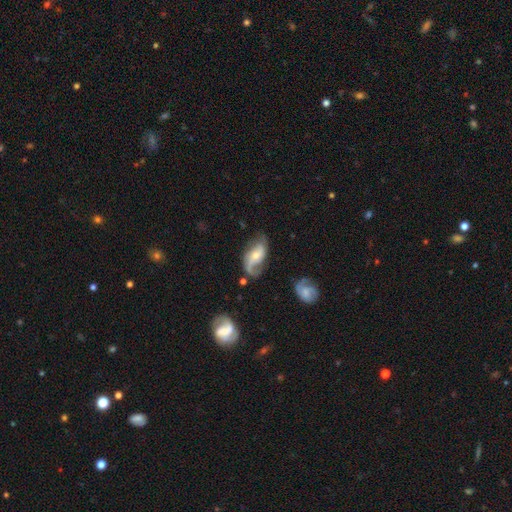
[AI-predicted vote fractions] Overall: featured or disk (78%). Edge-on disk: no (95%). Bar: no (52%; weak 36%). Spiral arms: yes (93%). Spiral arm count: 2 (77%). Spiral winding: loose (49%; medium 37%). Bulge size: small (48%; moderate 46%). Merging: none (57%; minor disturbance 25%).